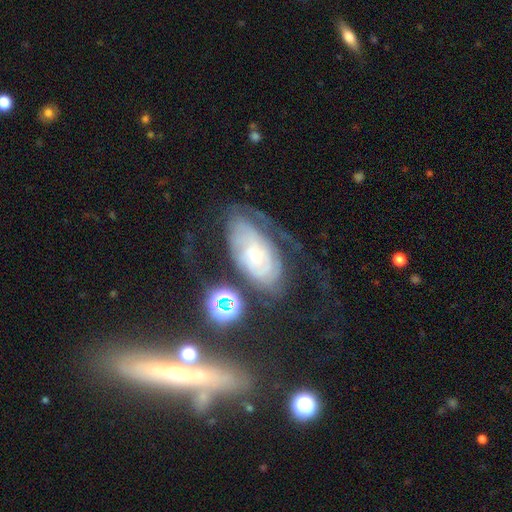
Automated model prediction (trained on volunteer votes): A featured or disk galaxy (73%) with no bar (73%), tight (66%) spiral arms (87%) and a small central bulge (48%).

Vote fractions:
- Smooth or featured? featured or disk: 73% / smooth: 15% / star or artifact: 12%
- Edge-on disk? no: 94% / yes: 6%
- Bar? no: 73% / weak: 22% / strong: 5%
- Spiral arms? yes: 87% / no: 13%
- Spiral winding? tight: 66% / medium: 25% / loose: 9%
- Spiral arm count? can't tell: 51% / 2: 25% / 3: 8% / 1: 8% / 4: 4% / more than 4: 4%
- Bulge size? small: 48% / moderate: 45% / large: 4% / none: 2% / dominant: 1%
- Merging? none: 48% / minor disturbance: 24% / major disturbance: 23% / merger: 4%